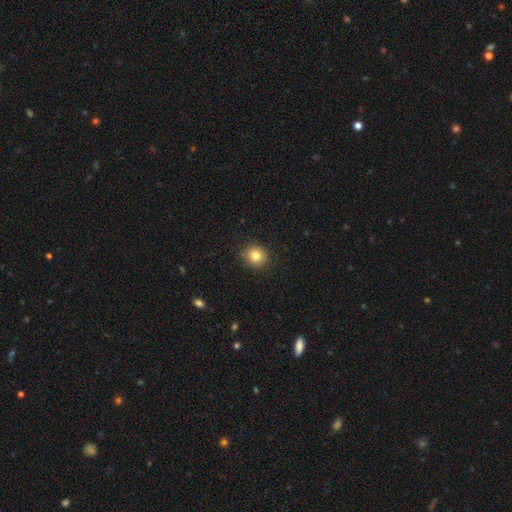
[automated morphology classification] Smooth or featured?
  - smooth: 82% *
  - star or artifact: 11%
  - featured or disk: 8%
How rounded?
  - round: 87% *
  - in between: 12%
  - cigar-shaped: 1%
Merging?
  - none: 89% *
  - minor disturbance: 8%
  - major disturbance: 2%
  - merger: 1%